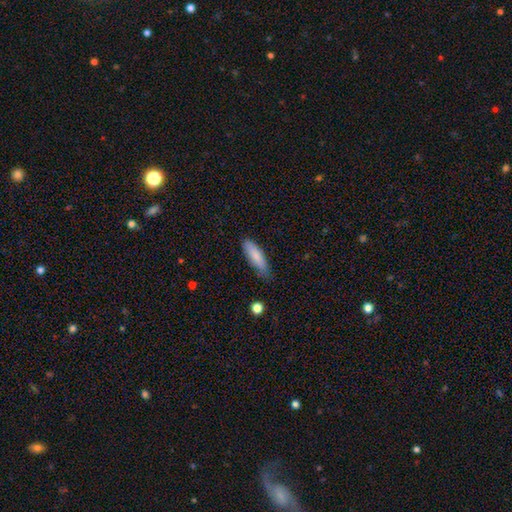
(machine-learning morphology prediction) Smooth or featured?
  - smooth: 83% *
  - featured or disk: 11%
  - star or artifact: 6%
How rounded?
  - cigar-shaped: 59% *
  - in between: 39%
  - round: 1%
Merging?
  - none: 72% *
  - minor disturbance: 22%
  - major disturbance: 4%
  - merger: 2%